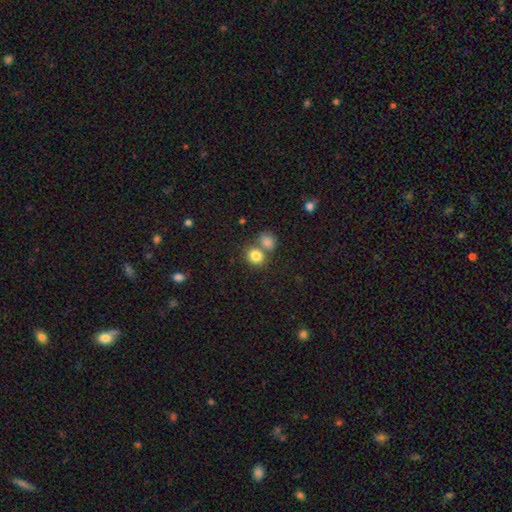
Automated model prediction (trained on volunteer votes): Smooth or featured? smooth (83%)
How rounded? round (72%)
Merging? none (50%)